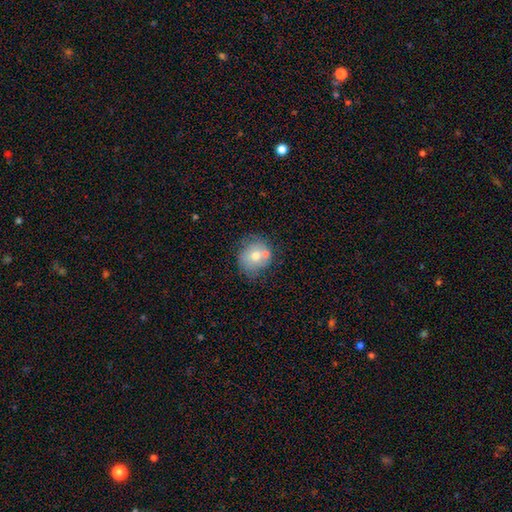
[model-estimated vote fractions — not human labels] A smooth galaxy with no disk features (64%) that is round (80%). Merging: none (50%).